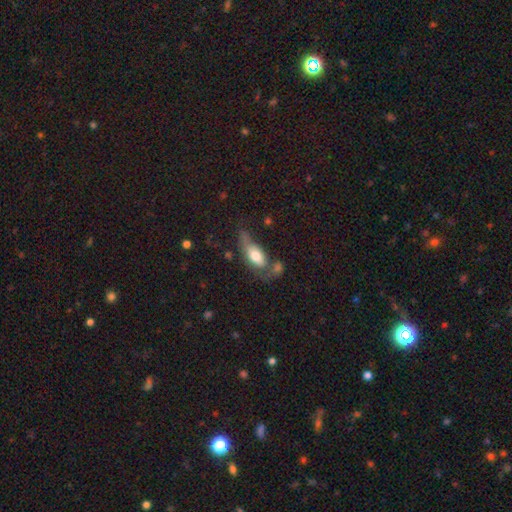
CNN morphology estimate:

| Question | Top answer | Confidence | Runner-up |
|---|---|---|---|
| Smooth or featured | smooth | 65% | featured or disk (27%) |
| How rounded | in between | 84% | cigar-shaped (12%) |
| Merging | none | 33% | minor disturbance (27%) |